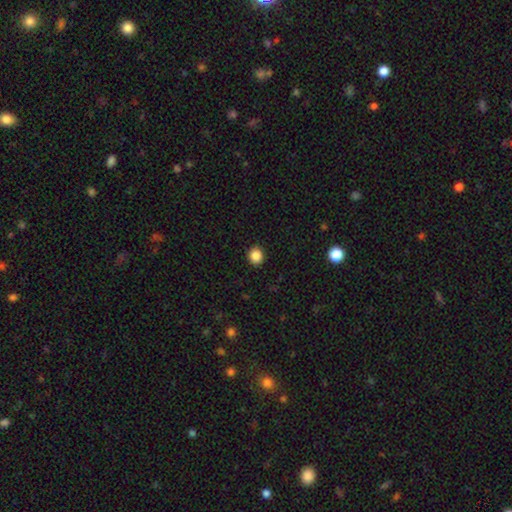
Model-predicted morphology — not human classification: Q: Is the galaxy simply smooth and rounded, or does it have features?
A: smooth — 86%.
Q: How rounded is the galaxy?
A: round — 85%.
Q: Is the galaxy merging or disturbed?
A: none — 92%.